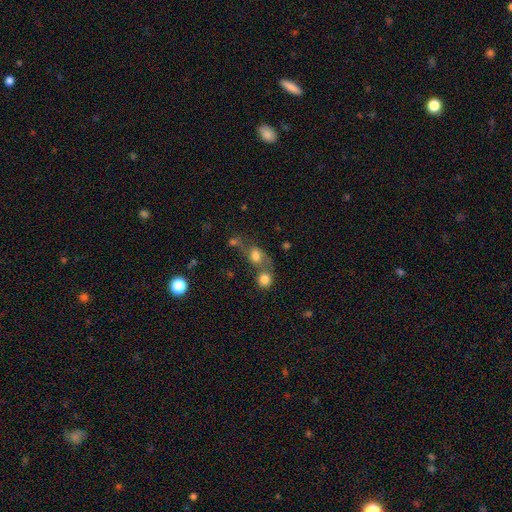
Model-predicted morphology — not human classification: smooth_or_featured: smooth (p=0.68) [alt: featured or disk p=0.19]
how_rounded: in between (p=0.49) [alt: round p=0.48]
merging: merger (p=0.47) [alt: none p=0.32]